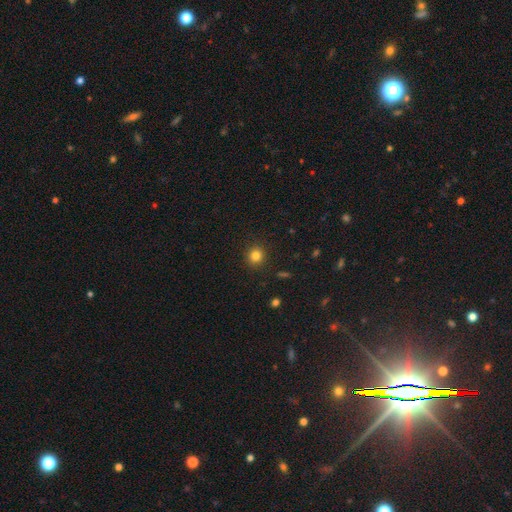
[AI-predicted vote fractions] Smooth or featured?
  - smooth: 83% *
  - star or artifact: 12%
  - featured or disk: 5%
How rounded?
  - round: 88% *
  - in between: 11%
  - cigar-shaped: 1%
Merging?
  - none: 91% *
  - minor disturbance: 6%
  - major disturbance: 2%
  - merger: 1%